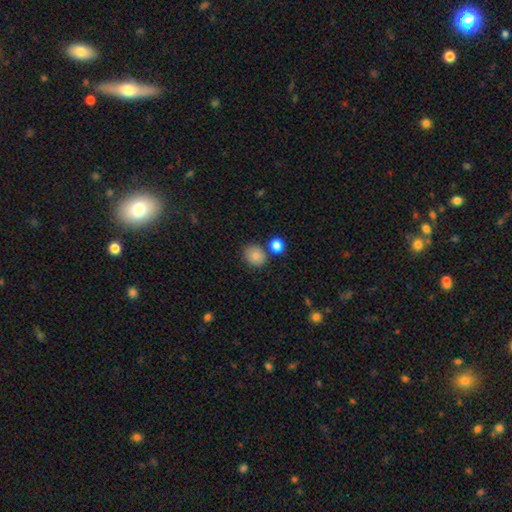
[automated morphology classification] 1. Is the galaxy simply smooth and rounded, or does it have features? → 84% smooth, 10% star or artifact, 6% featured or disk.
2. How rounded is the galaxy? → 70% round, 29% in between, 1% cigar-shaped.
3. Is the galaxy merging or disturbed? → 74% none, 13% minor disturbance, 10% merger, 3% major disturbance.